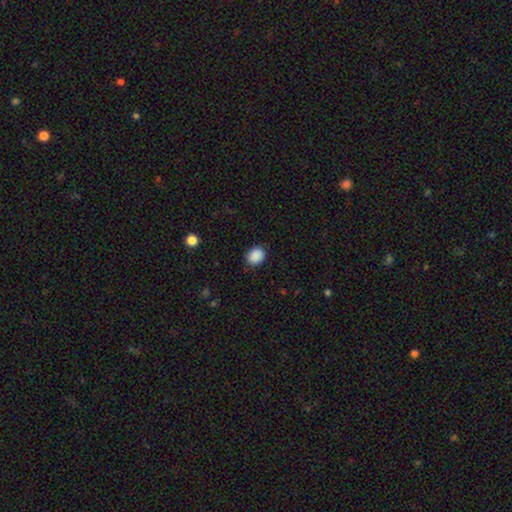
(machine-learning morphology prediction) Smooth or featured: smooth — 89% (star or artifact — 8%)
How rounded: round — 54% (in between — 45%)
Merging: none — 87% (minor disturbance — 9%)